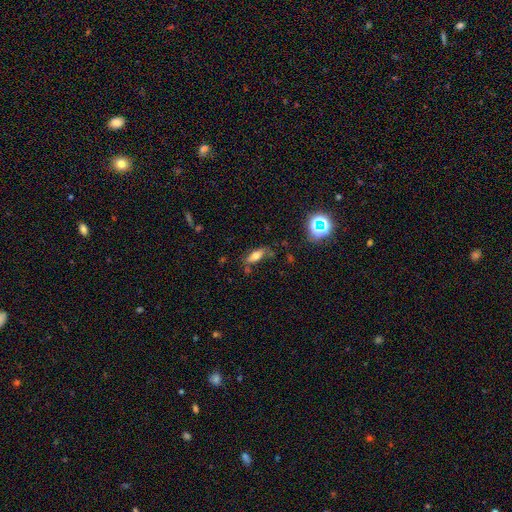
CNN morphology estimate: Q: Smooth or featured?
A: smooth (65%); runner-up: featured or disk (23%)
Q: How rounded?
A: in between (68%); runner-up: cigar-shaped (28%)
Q: Merging?
A: none (64%); runner-up: minor disturbance (22%)